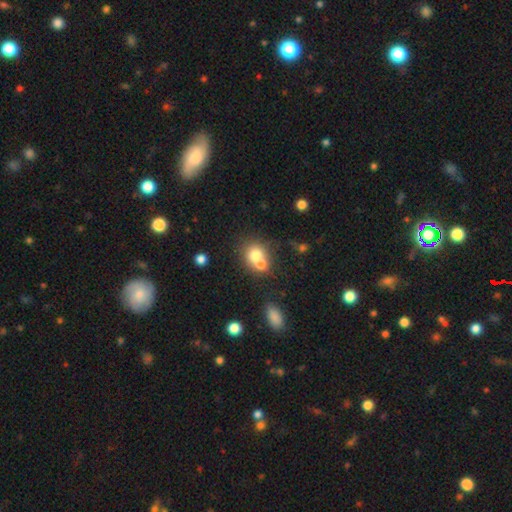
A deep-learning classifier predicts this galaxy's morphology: This is likely a smooth galaxy (71%). How rounded: likely round (75%). Merging: possibly merger (56%).